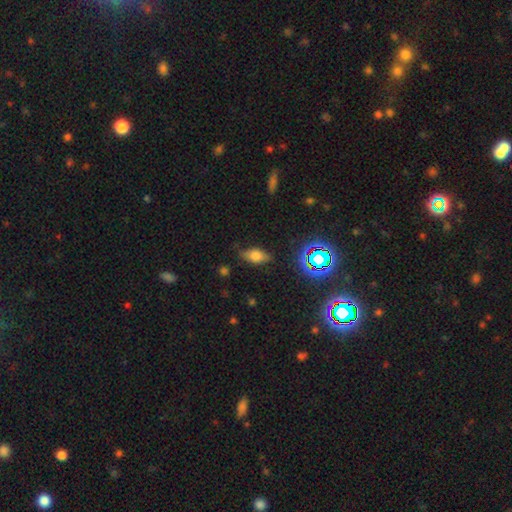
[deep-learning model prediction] Morphology: type=smooth (65%); roundness=in between (84%); merging=none (75%).